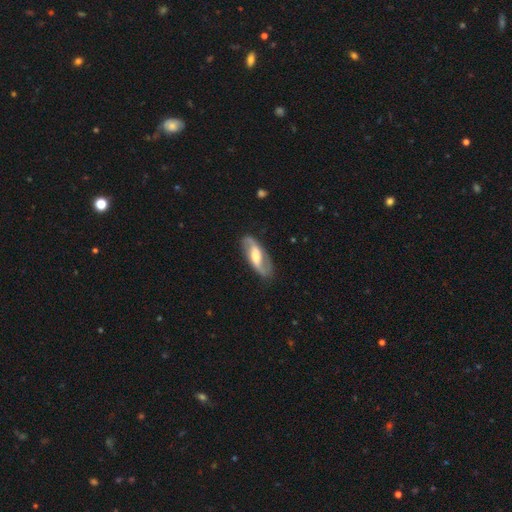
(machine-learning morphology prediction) type=featured or disk (80%); edge-on=no (91%); bar=weak (42%); spiral arms=yes (91%); winding=medium (44%); arm count=2 (91%); bulge=moderate (55%); merging=none (83%).